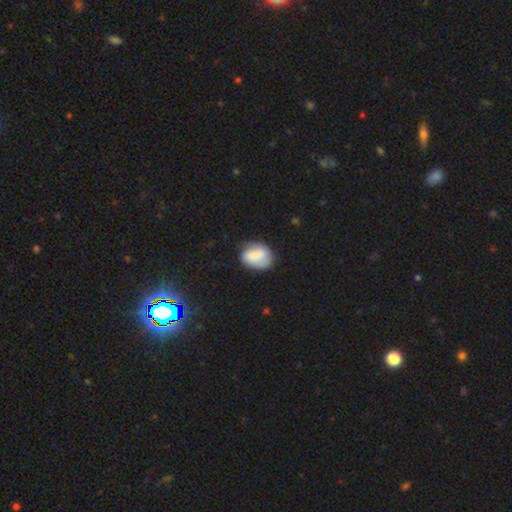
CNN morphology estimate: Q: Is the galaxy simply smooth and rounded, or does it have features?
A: smooth — 59%.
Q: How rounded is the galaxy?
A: in between — 67%.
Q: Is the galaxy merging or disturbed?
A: none — 64%.